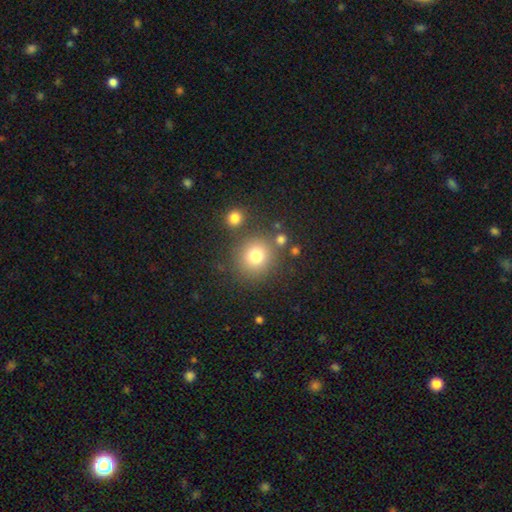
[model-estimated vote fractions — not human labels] Morphology: type=smooth (77%); roundness=round (89%); merging=none (79%).